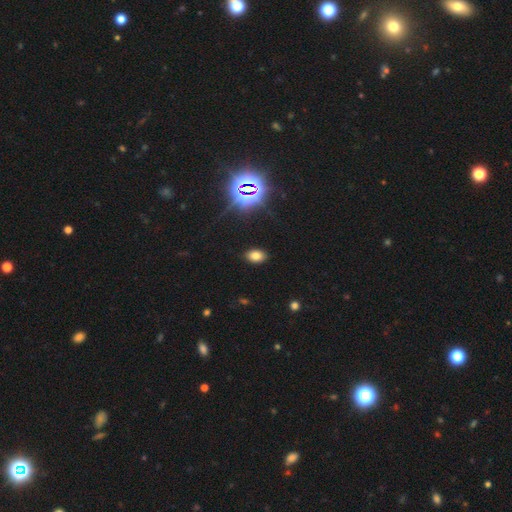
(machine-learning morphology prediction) The model was most divided on "smooth or featured": smooth: 73%, star or artifact: 20%, featured or disk: 7%. More confident: merging — none (88%); how rounded — in between (84%).